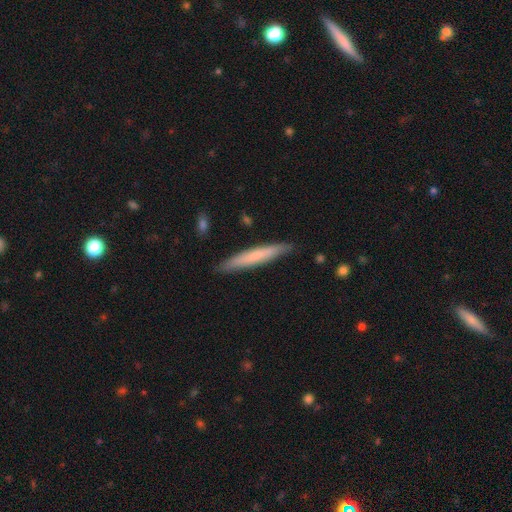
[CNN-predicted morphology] A smooth galaxy with no disk features (65%) that is cigar-shaped (95%).

Vote fractions:
- Smooth or featured? smooth: 65% / featured or disk: 30% / star or artifact: 5%
- How rounded? cigar-shaped: 95% / in between: 4% / round: 1%
- Merging? none: 88% / minor disturbance: 9% / major disturbance: 2% / merger: 1%